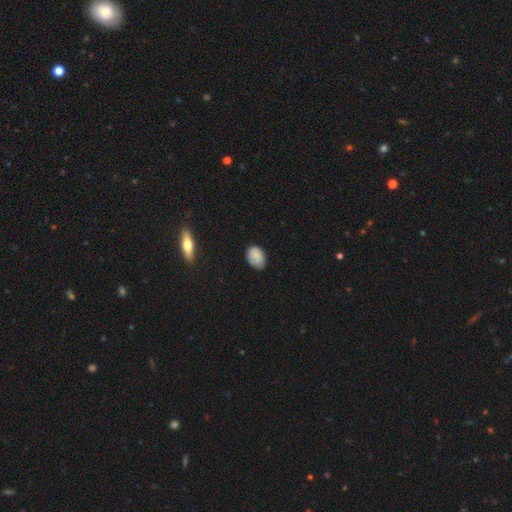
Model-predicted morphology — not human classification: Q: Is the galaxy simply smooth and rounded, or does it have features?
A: smooth — 79%.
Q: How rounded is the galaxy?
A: in between — 76%.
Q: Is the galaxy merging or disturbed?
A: none — 73%.